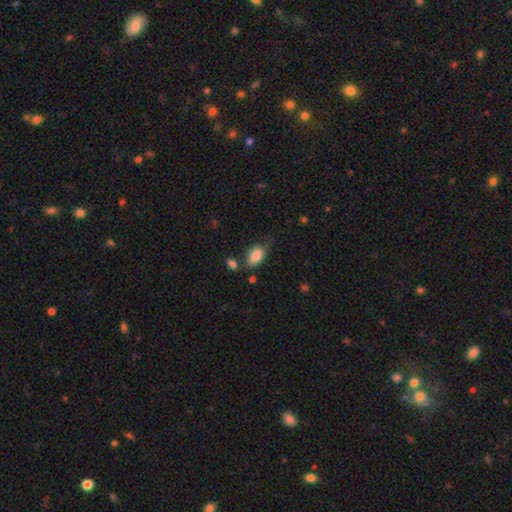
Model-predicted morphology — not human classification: A smooth galaxy with no disk features (84%) that is in between round and cigar-shaped (91%). Merging: none (54%).